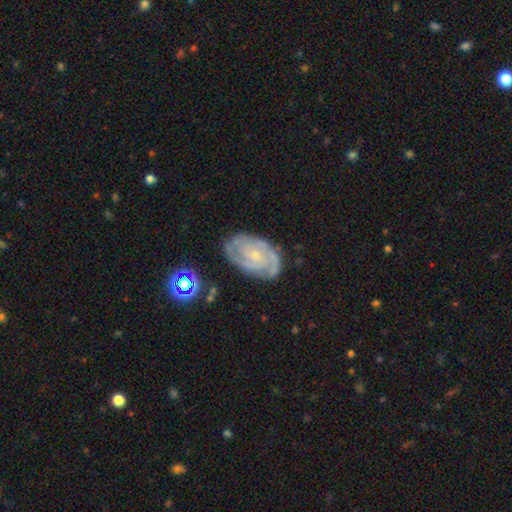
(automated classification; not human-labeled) smooth_or_featured: featured or disk (p=0.86) [alt: smooth p=0.08]
disk_edge_on: no (p=0.97) [alt: yes p=0.03]
bar: no (p=0.69) [alt: weak p=0.26]
has_spiral_arms: yes (p=0.97) [alt: no p=0.03]
spiral_winding: tight (p=0.62) [alt: medium p=0.32]
spiral_arm_count: 2 (p=0.43) [alt: 3 p=0.26]
bulge_size: small (p=0.77) [alt: moderate p=0.17]
merging: none (p=0.75) [alt: minor disturbance p=0.18]